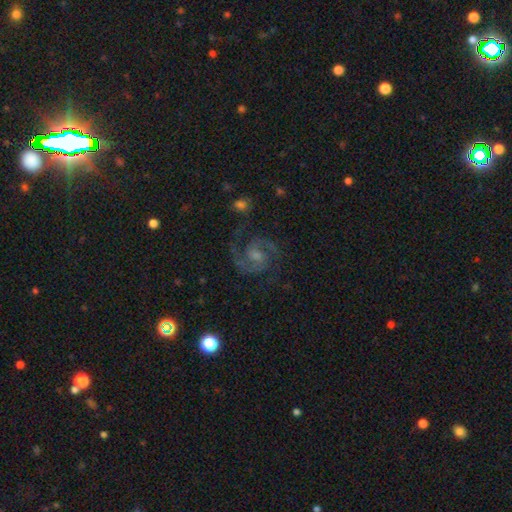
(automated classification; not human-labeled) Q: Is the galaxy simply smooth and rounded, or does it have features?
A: featured or disk — 91%.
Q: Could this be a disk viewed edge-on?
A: no — 98%.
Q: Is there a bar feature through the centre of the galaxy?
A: no — 46%.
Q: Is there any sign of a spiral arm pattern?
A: yes — 98%.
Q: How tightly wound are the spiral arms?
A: medium — 63%.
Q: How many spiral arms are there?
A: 2 — 92%.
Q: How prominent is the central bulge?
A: small — 46%.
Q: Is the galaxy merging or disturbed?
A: none — 78%.